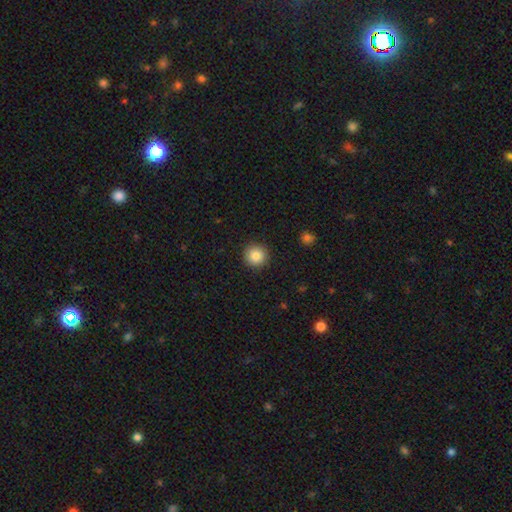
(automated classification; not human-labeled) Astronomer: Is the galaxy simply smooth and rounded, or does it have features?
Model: smooth — 86%.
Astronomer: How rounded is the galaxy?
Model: round — 95%.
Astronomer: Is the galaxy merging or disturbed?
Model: none — 92%.